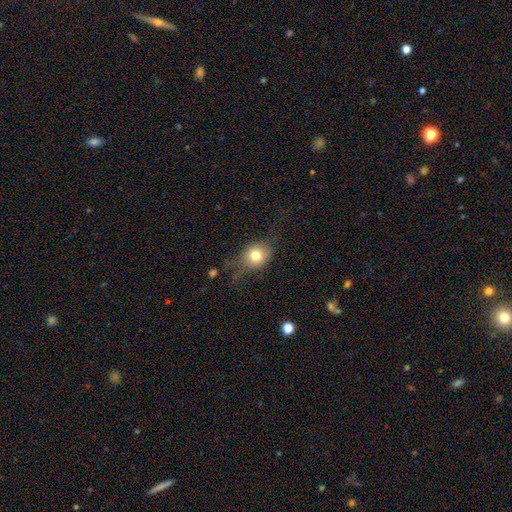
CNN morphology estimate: The model was most divided on "merging": none: 55%, minor disturbance: 26%, major disturbance: 17%, merger: 2%. More confident: smooth or featured — smooth (68%); how rounded — round (64%).